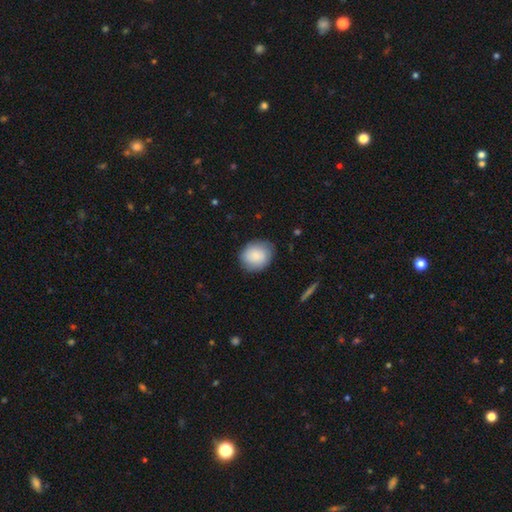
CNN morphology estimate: smooth-or-featured: smooth: 84% | featured or disk: 10% | star or artifact: 7%
  how-rounded: round: 64% | in between: 35% | cigar-shaped: 1%
  merging: none: 78% | minor disturbance: 17% | major disturbance: 4% | merger: 1%